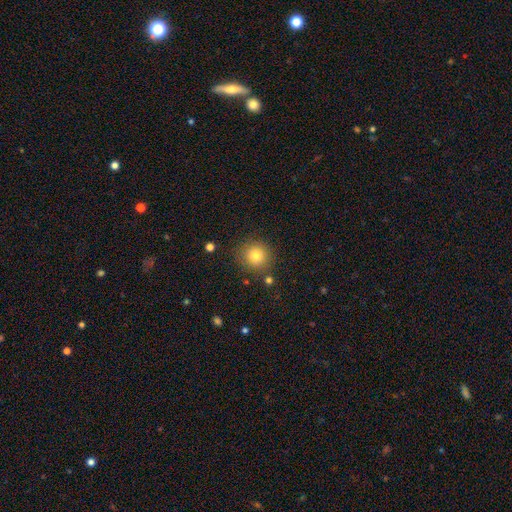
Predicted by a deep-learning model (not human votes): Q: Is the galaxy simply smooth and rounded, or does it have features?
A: smooth — 78%.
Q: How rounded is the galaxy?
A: round — 93%.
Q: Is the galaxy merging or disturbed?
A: none — 86%.